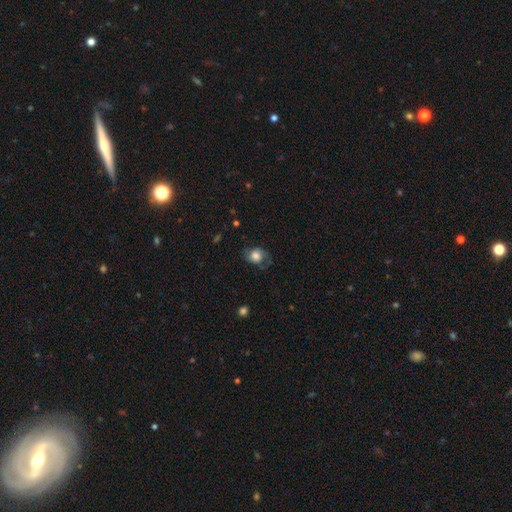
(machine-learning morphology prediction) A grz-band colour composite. It shows a smooth galaxy with no disk features (70%) that is round (57%). Merging: none (57%).